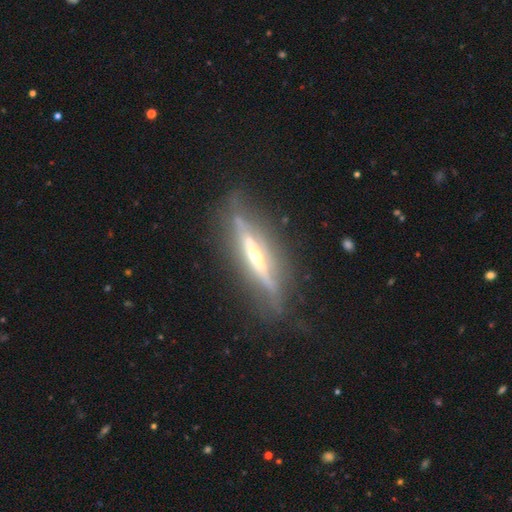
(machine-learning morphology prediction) Overall: featured or disk (82%). Edge-on disk: yes (93%). Edge-on bulge: rounded (76%). Merging: none (80%).